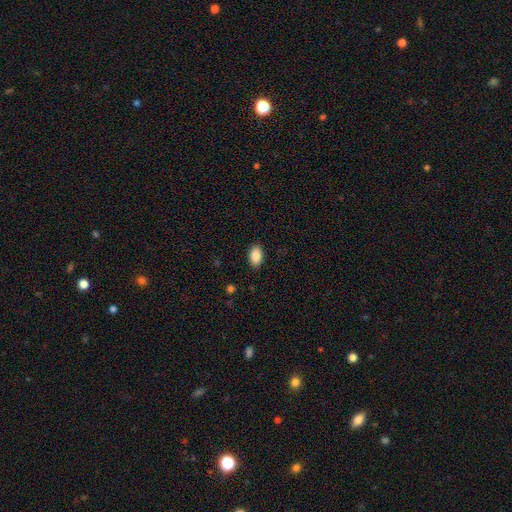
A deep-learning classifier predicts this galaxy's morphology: type=smooth (88%); roundness=in between (92%); merging=none (89%).